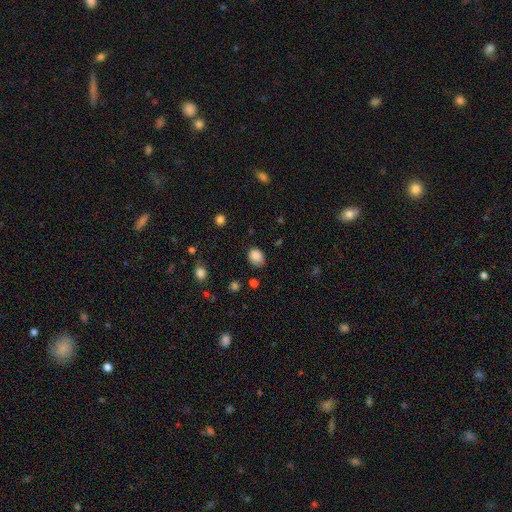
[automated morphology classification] Q: Smooth or featured?
A: smooth (84%); runner-up: star or artifact (10%)
Q: How rounded?
A: in between (54%); runner-up: round (45%)
Q: Merging?
A: none (70%); runner-up: minor disturbance (23%)